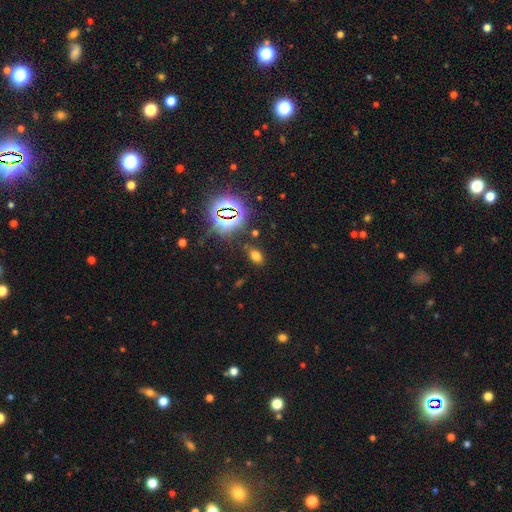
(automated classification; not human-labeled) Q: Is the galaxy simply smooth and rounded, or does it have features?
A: smooth — 61%.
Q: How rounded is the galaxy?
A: in between — 86%.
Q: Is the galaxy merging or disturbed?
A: none — 81%.